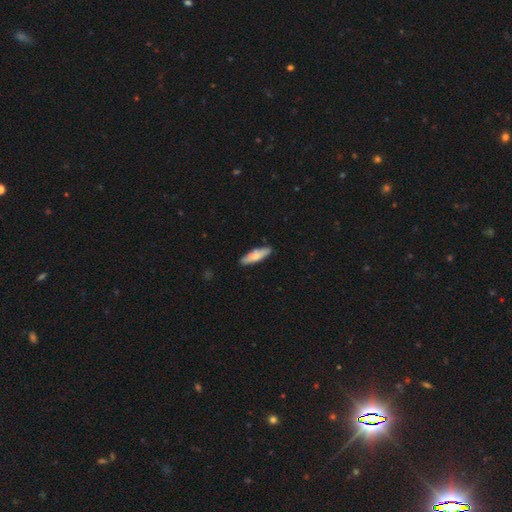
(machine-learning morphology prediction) Q: Smooth or featured?
A: smooth (69%); runner-up: featured or disk (25%)
Q: How rounded?
A: cigar-shaped (60%); runner-up: in between (38%)
Q: Merging?
A: none (85%); runner-up: minor disturbance (11%)